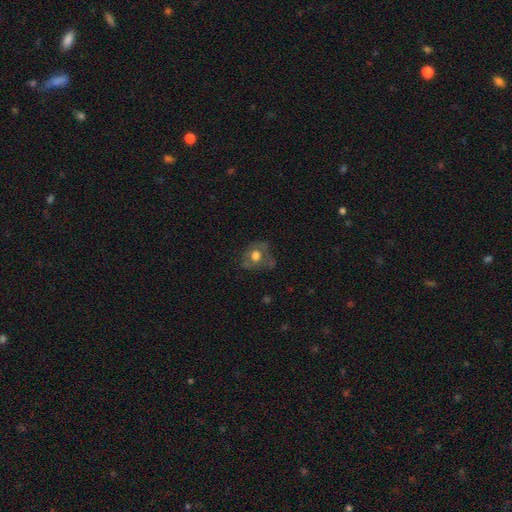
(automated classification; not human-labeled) A smooth galaxy with no disk features (53%) that is round (63%).

Vote fractions:
- Smooth or featured? smooth: 53% / featured or disk: 36% / star or artifact: 11%
- How rounded? round: 63% / in between: 36% / cigar-shaped: 1%
- Merging? none: 51% / minor disturbance: 25% / major disturbance: 21% / merger: 3%